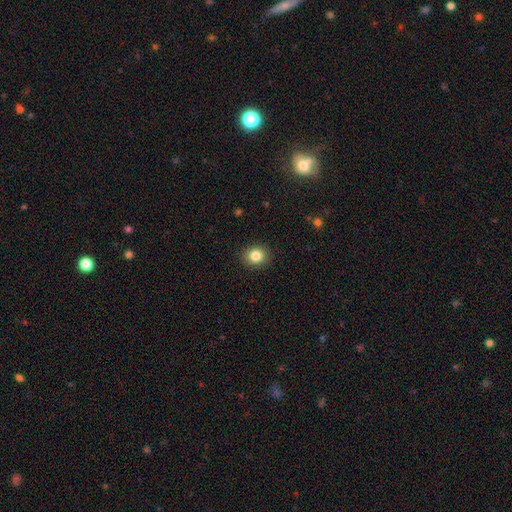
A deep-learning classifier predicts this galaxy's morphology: smooth 84%, star or artifact 10%, featured or disk 6%. Down the decision tree: how rounded — round (71%); merging — none (90%).